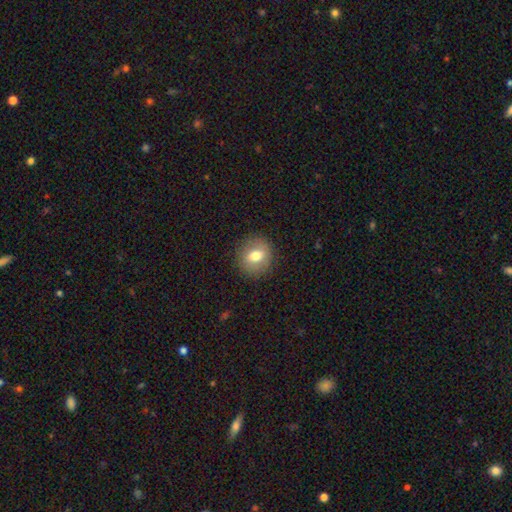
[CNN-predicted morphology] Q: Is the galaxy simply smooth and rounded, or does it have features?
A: smooth — 71%.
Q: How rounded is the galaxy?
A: round — 78%.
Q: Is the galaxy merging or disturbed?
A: none — 87%.